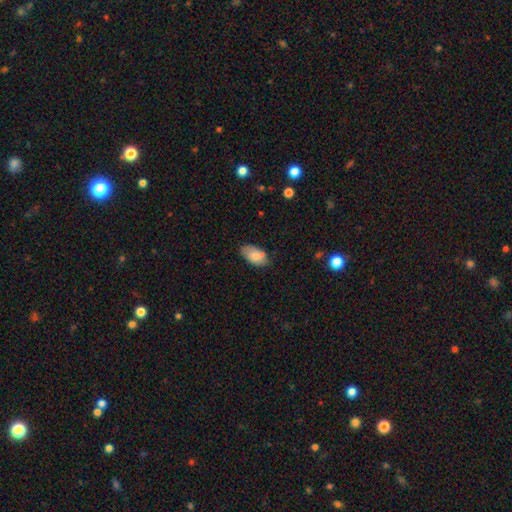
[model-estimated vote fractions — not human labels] A smooth galaxy with no disk features (79%) that is in between round and cigar-shaped (94%).

Vote fractions:
- Smooth or featured? smooth: 79% / featured or disk: 14% / star or artifact: 7%
- How rounded? in between: 94% / round: 3% / cigar-shaped: 2%
- Merging? none: 70% / minor disturbance: 21% / merger: 4% / major disturbance: 4%